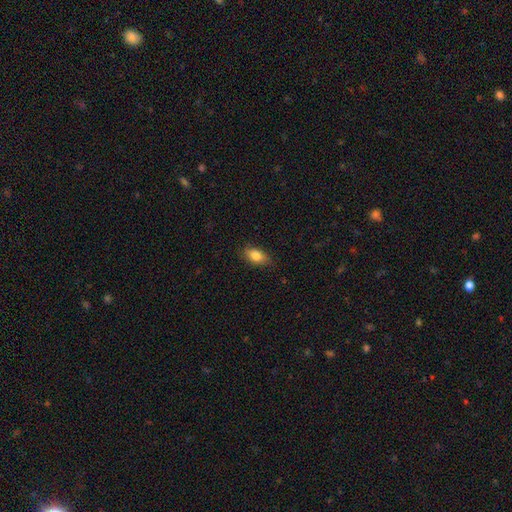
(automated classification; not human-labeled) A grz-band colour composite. It shows a smooth galaxy with no disk features (82%) that is in between round and cigar-shaped (87%). Merging: none (79%).